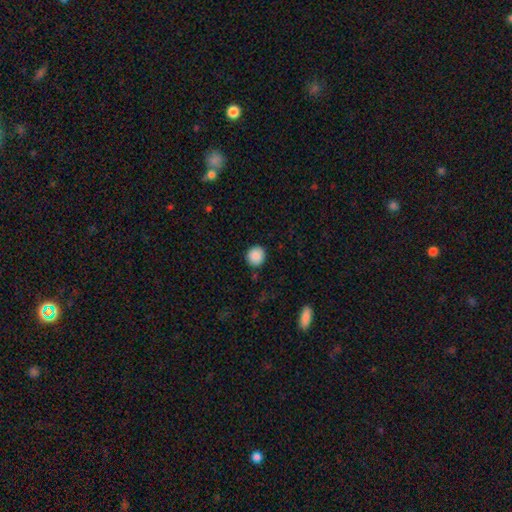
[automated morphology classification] Overall: smooth (89%). How rounded: round (91%). Merging: none (90%).